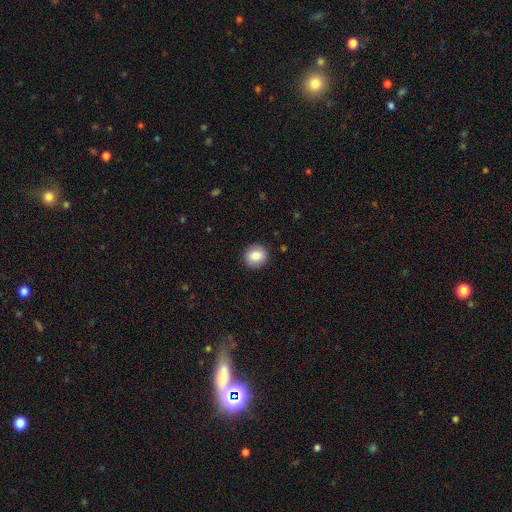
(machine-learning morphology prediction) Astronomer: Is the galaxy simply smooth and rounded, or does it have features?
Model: smooth — 85%.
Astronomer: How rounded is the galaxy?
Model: round — 85%.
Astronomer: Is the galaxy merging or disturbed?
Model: none — 90%.